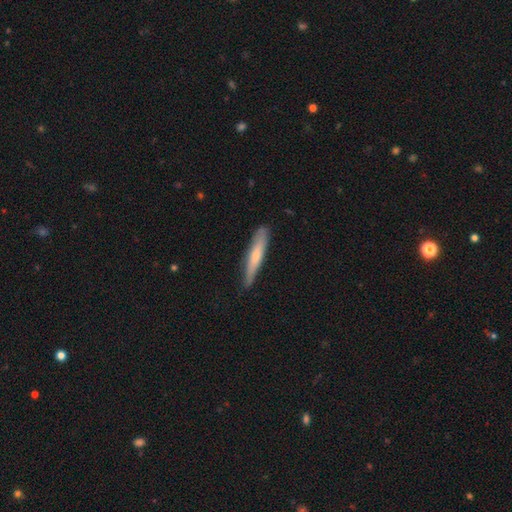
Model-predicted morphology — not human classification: type=smooth (62%); roundness=cigar-shaped (92%); merging=none (82%).